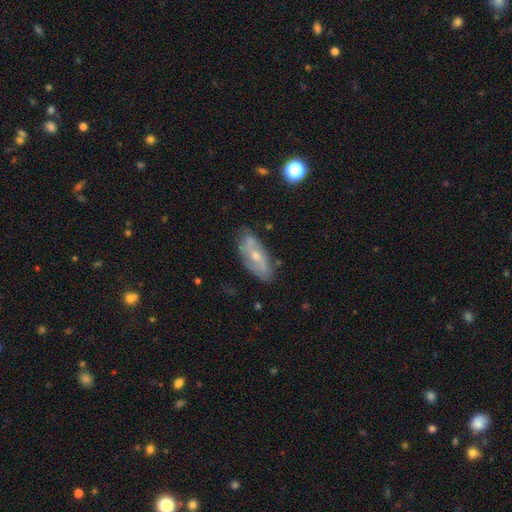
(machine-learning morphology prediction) The model was most divided on "bulge size": small: 48%, moderate: 47%, none: 2%, large: 2%, dominant: 1%. Remaining: edge-on disk — no (84%); spiral arms — yes (76%); merging — none (73%); smooth or featured — featured or disk (64%); bar — no (45%).